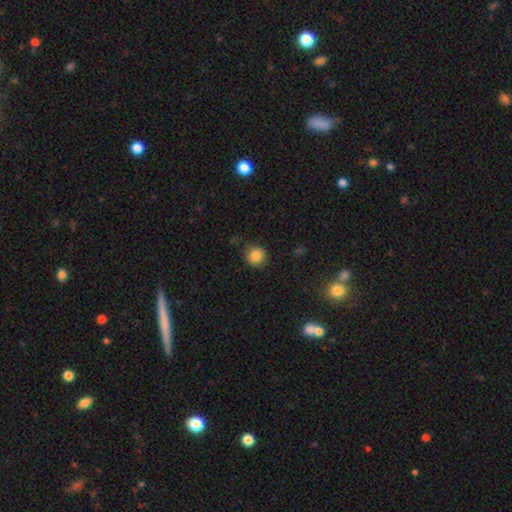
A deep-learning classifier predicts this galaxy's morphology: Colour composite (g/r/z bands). It shows a smooth galaxy with no disk features (85%) that is round (90%). Merging: none (85%).